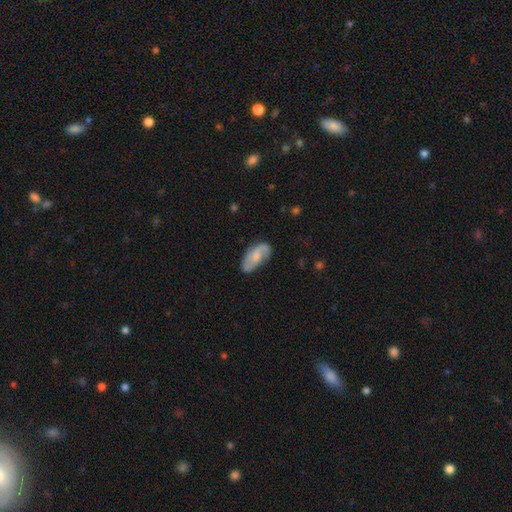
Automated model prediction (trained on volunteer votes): Smooth or featured? featured or disk (52%)
Edge-on disk? no (94%)
Merging? none (61%)